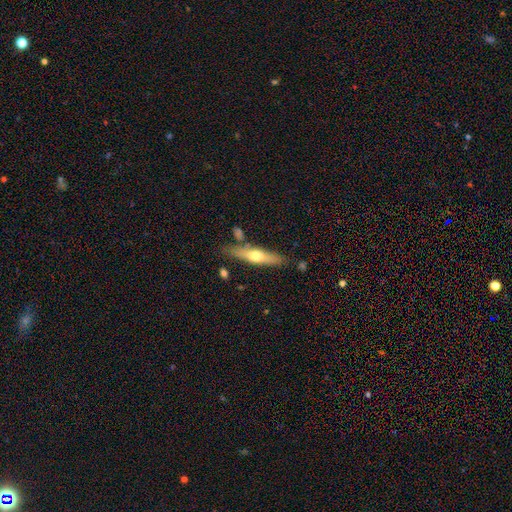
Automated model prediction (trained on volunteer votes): Smooth or featured?
  - featured or disk: 51% *
  - smooth: 44%
  - star or artifact: 5%
Edge-on disk?
  - yes: 89% *
  - no: 11%
Merging?
  - none: 78% *
  - minor disturbance: 13%
  - merger: 6%
  - major disturbance: 3%